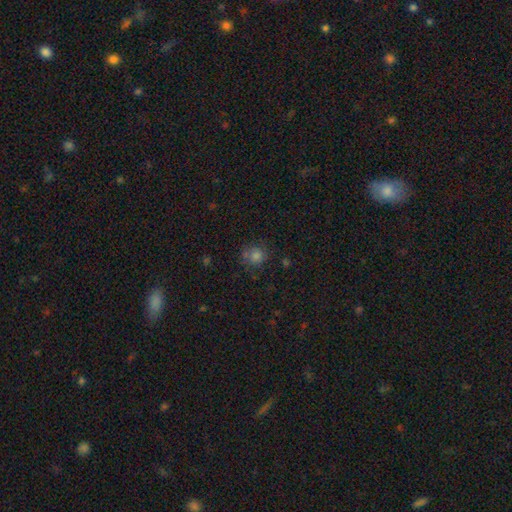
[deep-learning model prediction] Smooth or featured? Predicted: smooth (p=0.75). How rounded? Predicted: round (p=0.86). Merging? Predicted: none (p=0.69).